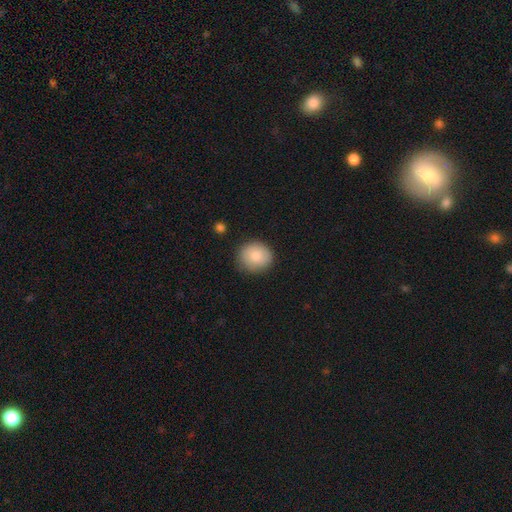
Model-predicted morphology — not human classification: Smooth or featured?
  - smooth: 84% *
  - featured or disk: 9%
  - star or artifact: 7%
How rounded?
  - round: 83% *
  - in between: 16%
  - cigar-shaped: 1%
Merging?
  - none: 83% *
  - minor disturbance: 13%
  - major disturbance: 3%
  - merger: 2%